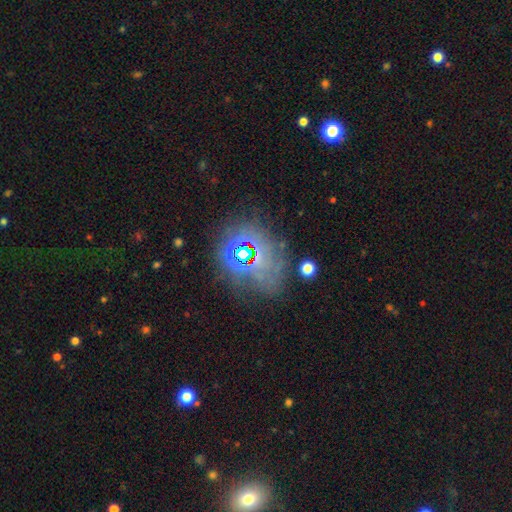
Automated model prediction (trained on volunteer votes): smooth-or-featured: star or artifact: 47% | smooth: 27% | featured or disk: 26%